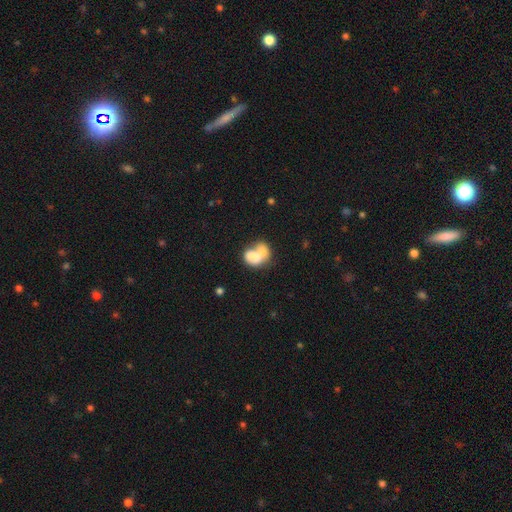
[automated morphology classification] smooth 68%, featured or disk 24%, star or artifact 8%. Down the decision tree: how rounded — in between (63%); merging — merger (63%).